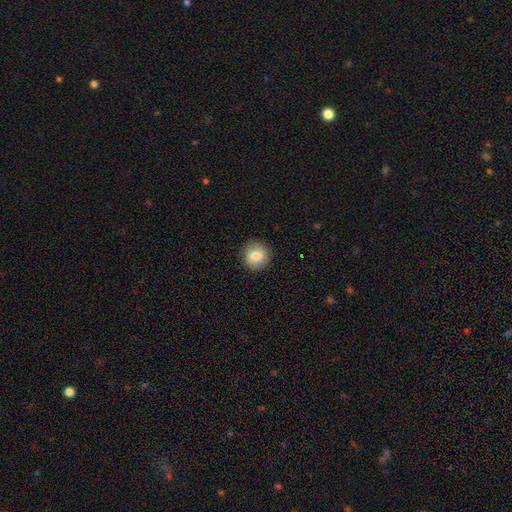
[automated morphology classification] smooth 79%, featured or disk 13%, star or artifact 9%. Down the decision tree: how rounded — round (91%); merging — none (90%).